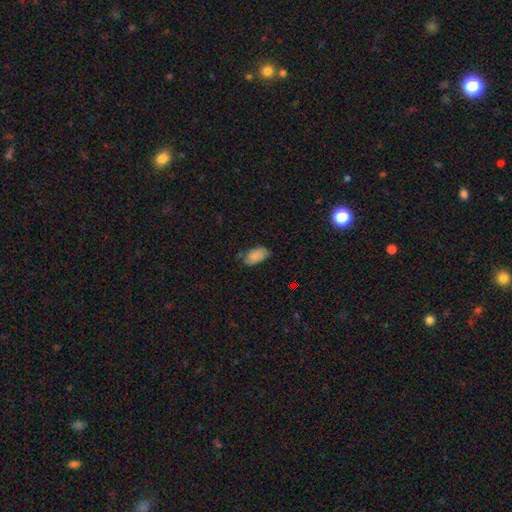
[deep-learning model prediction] Morphology: type=smooth (85%); roundness=in between (94%); merging=none (64%).